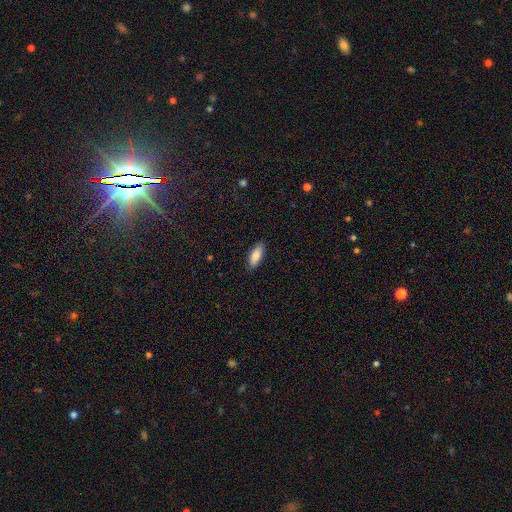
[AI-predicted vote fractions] Smooth or featured: smooth — 85% (featured or disk — 9%)
How rounded: in between — 76% (cigar-shaped — 22%)
Merging: none — 88% (minor disturbance — 9%)